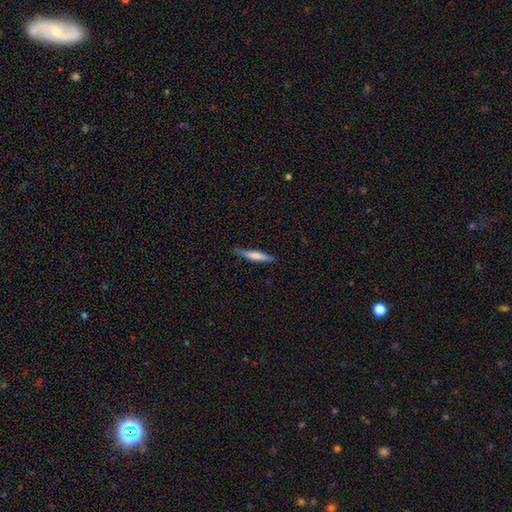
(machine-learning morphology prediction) Smooth or featured? Predicted: smooth (p=0.61). How rounded? Predicted: cigar-shaped (p=0.90). Merging? Predicted: none (p=0.82).